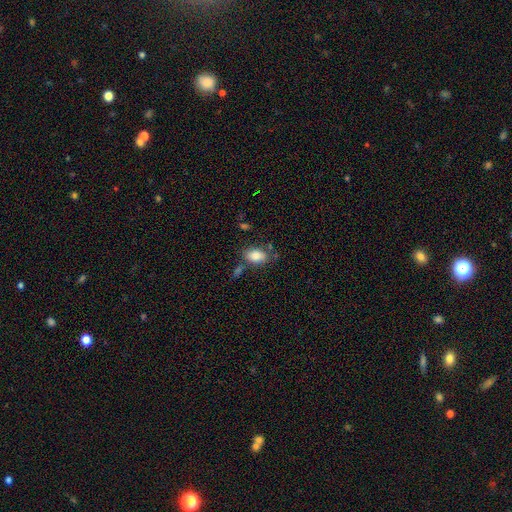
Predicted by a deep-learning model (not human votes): This appears to be a smooth galaxy with no disk features (83%) that is in between round and cigar-shaped (89%). Merging: none (70%).